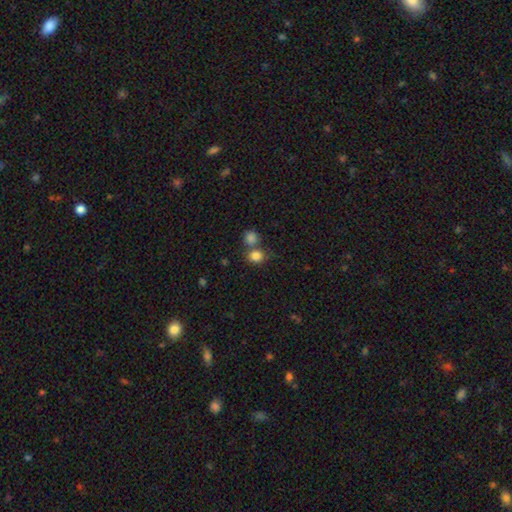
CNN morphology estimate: smooth 83%, star or artifact 11%, featured or disk 6%. Down the decision tree: how rounded — round (79%); merging — none (52%).